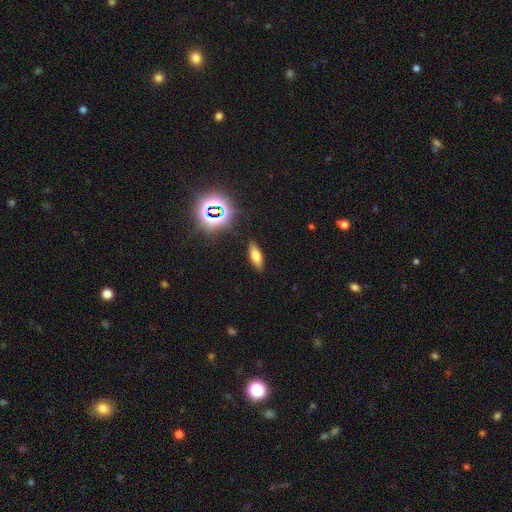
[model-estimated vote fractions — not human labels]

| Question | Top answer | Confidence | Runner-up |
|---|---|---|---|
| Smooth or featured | smooth | 63% | featured or disk (19%) |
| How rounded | in between | 65% | cigar-shaped (31%) |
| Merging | none | 87% | minor disturbance (9%) |